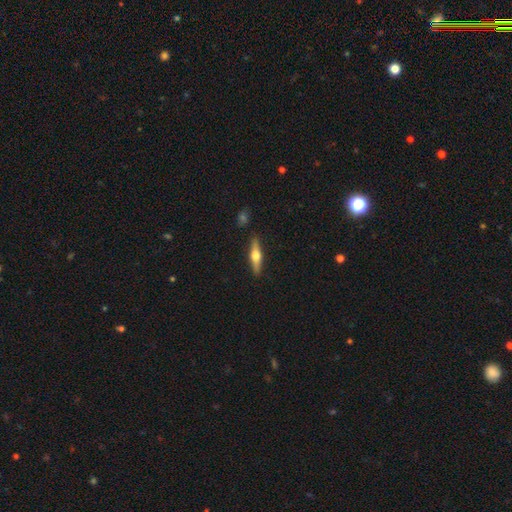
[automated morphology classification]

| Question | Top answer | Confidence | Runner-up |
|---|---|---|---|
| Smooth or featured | featured or disk | 57% | smooth (38%) |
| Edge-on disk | yes | 95% | no (5%) |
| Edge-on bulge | rounded | 94% | boxy (3%) |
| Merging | none | 88% | minor disturbance (8%) |